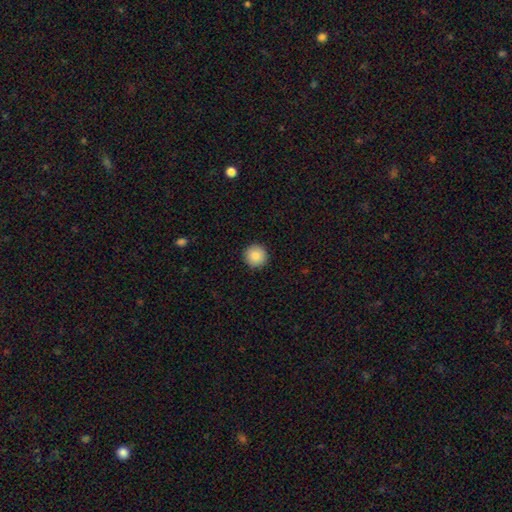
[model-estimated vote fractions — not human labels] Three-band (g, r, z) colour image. It shows a smooth galaxy with no disk features (87%) that is round (95%). Merging: none (93%).